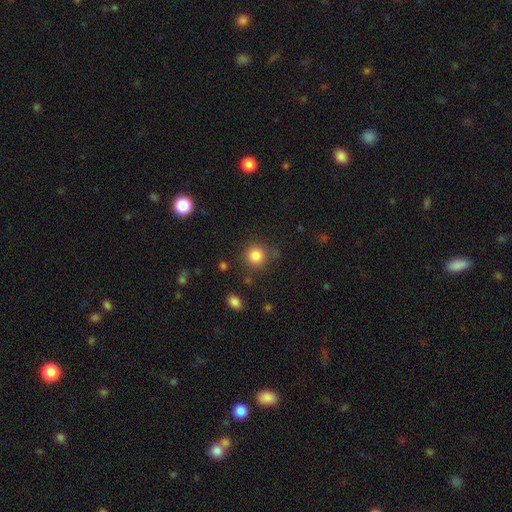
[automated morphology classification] This appears to be a smooth galaxy with no disk features (84%) that is round (91%). Merging: none (80%).